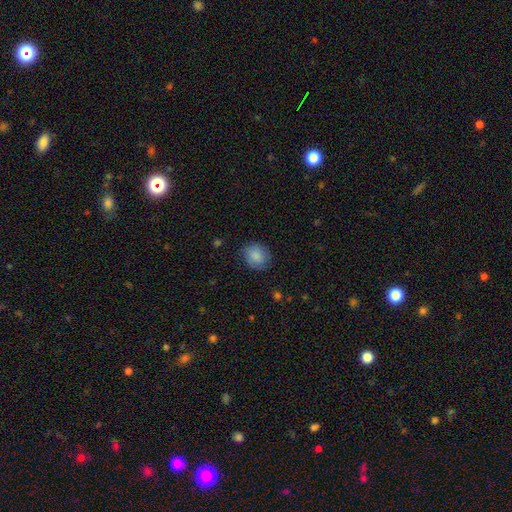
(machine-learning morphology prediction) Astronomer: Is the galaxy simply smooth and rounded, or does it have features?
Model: smooth — 87%.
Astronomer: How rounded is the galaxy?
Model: round — 68%.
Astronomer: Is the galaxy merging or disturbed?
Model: none — 84%.